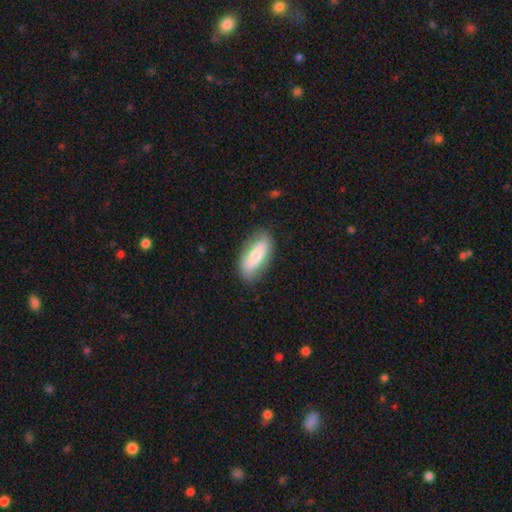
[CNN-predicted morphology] The model was most divided on "smooth or featured": smooth: 67%, featured or disk: 27%, star or artifact: 6%. More confident: how rounded — in between (81%); merging — none (80%).